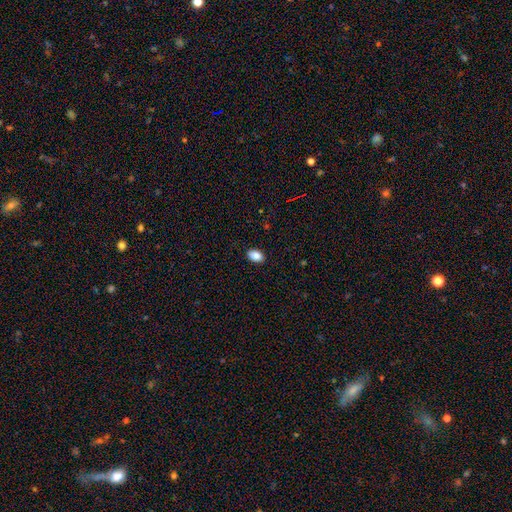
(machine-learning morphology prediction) Smooth or featured: smooth — 88% (star or artifact — 8%)
How rounded: in between — 85% (round — 14%)
Merging: none — 89% (minor disturbance — 8%)